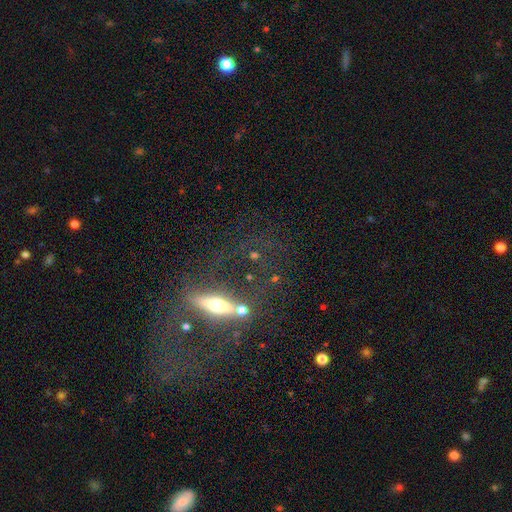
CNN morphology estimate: The model was most divided on "merging": none: 50%, major disturbance: 22%, minor disturbance: 15%, merger: 13%. More confident: edge-on disk — yes (71%); smooth or featured — featured or disk (60%).